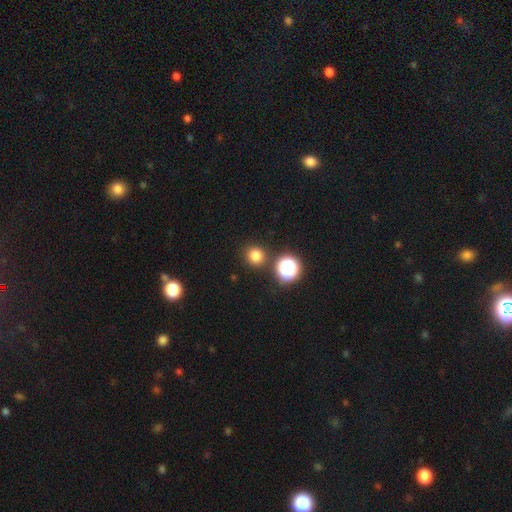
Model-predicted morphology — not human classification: Overall: smooth (78%). How rounded: round (91%). Merging: none (86%).